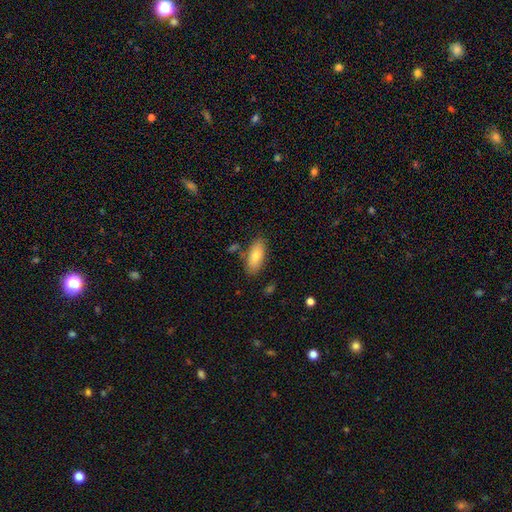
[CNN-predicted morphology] Smooth or featured: smooth — 76% (featured or disk — 17%)
How rounded: in between — 85% (cigar-shaped — 12%)
Merging: none — 81% (minor disturbance — 12%)